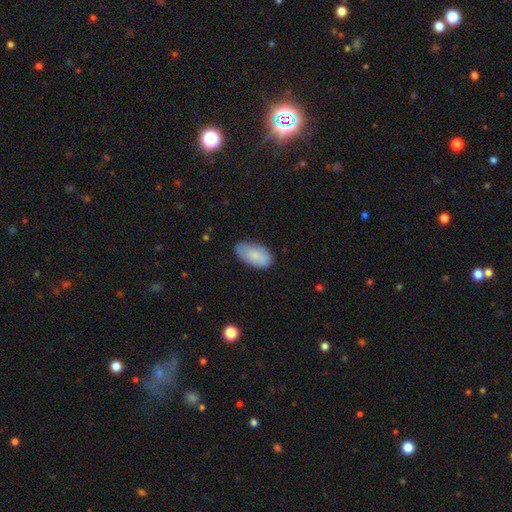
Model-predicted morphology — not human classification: This is clearly a smooth galaxy (82%). How rounded: clearly in between (94%). Merging: likely none (72%).